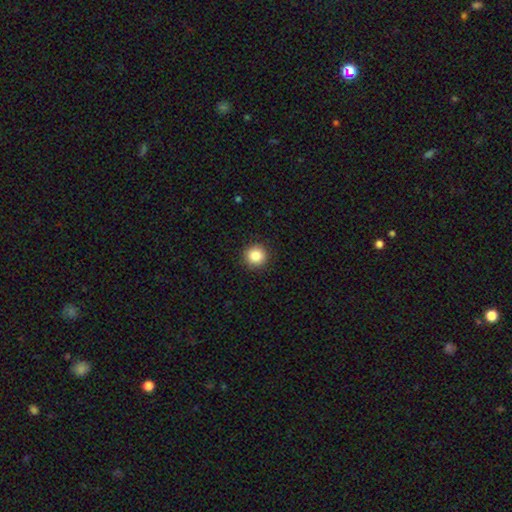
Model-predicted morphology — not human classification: Smooth or featured?
  - smooth: 85% *
  - star or artifact: 10%
  - featured or disk: 6%
How rounded?
  - round: 95% *
  - in between: 4%
  - cigar-shaped: 1%
Merging?
  - none: 93% *
  - minor disturbance: 5%
  - major disturbance: 2%
  - merger: 1%